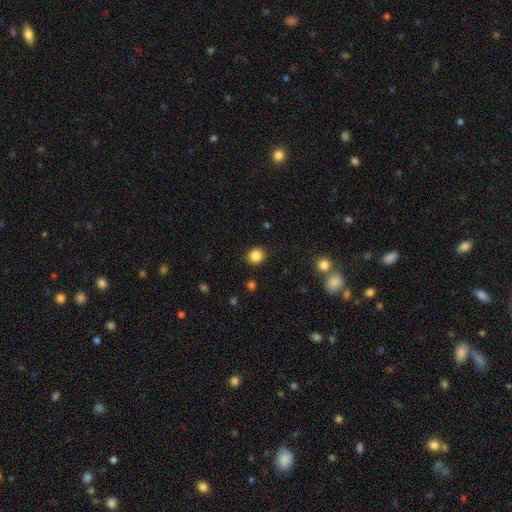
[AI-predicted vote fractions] Smooth or featured?
  - smooth: 85% *
  - star or artifact: 11%
  - featured or disk: 5%
How rounded?
  - round: 76% *
  - in between: 23%
  - cigar-shaped: 1%
Merging?
  - none: 90% *
  - minor disturbance: 7%
  - major disturbance: 2%
  - merger: 1%